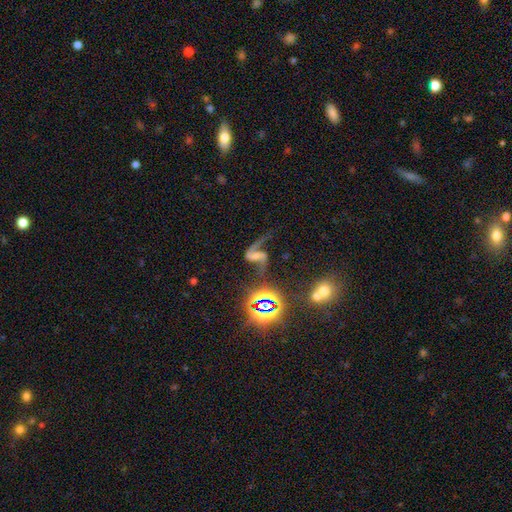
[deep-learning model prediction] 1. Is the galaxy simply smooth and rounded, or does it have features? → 76% featured or disk, 16% star or artifact, 8% smooth.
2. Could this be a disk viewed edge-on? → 97% no, 3% yes.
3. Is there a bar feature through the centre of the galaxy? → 36% strong, 33% weak, 30% no.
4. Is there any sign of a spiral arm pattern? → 94% yes, 6% no.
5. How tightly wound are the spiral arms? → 83% loose, 14% medium, 3% tight.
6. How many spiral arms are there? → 85% 2, 10% 1, 2% can't tell, 1% 3, 1% 4, 1% more than 4.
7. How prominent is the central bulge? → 36% small, 31% none, 25% moderate, 6% large, 2% dominant.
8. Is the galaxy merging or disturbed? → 51% none, 24% major disturbance, 16% minor disturbance, 9% merger.